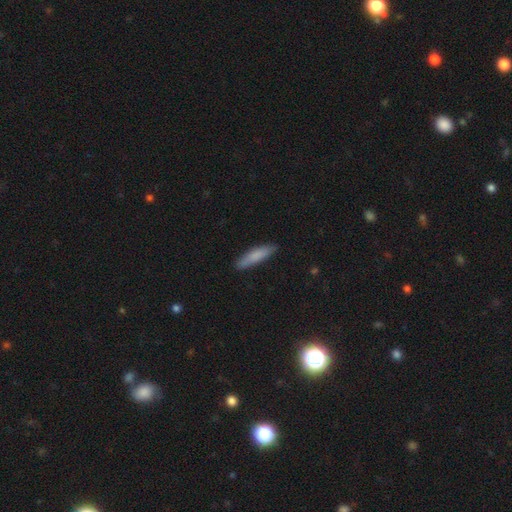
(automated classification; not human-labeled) The model was most divided on "how rounded": cigar-shaped: 80%, in between: 19%, round: 1%. More confident: merging — none (86%); smooth or featured — smooth (81%).